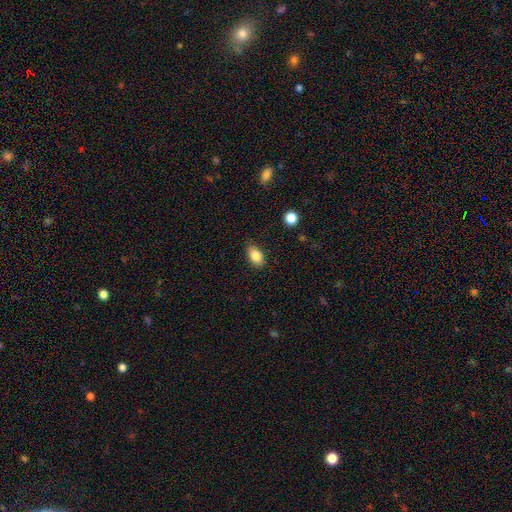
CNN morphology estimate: Smooth or featured? smooth (85%)
How rounded? in between (88%)
Merging? none (80%)